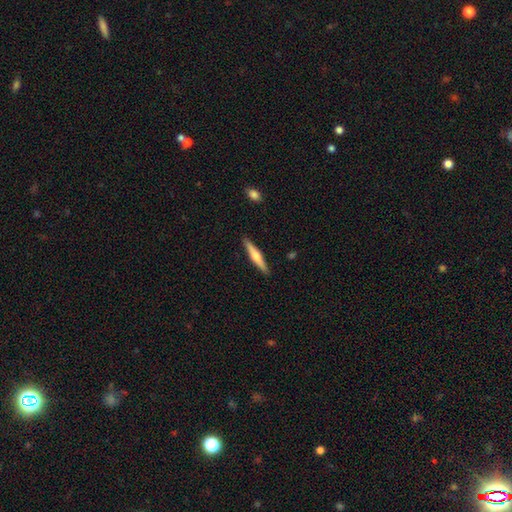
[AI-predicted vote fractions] smooth_or_featured: featured or disk (p=0.51) [alt: smooth p=0.43]
disk_edge_on: yes (p=0.97) [alt: no p=0.03]
merging: none (p=0.90) [alt: minor disturbance p=0.07]